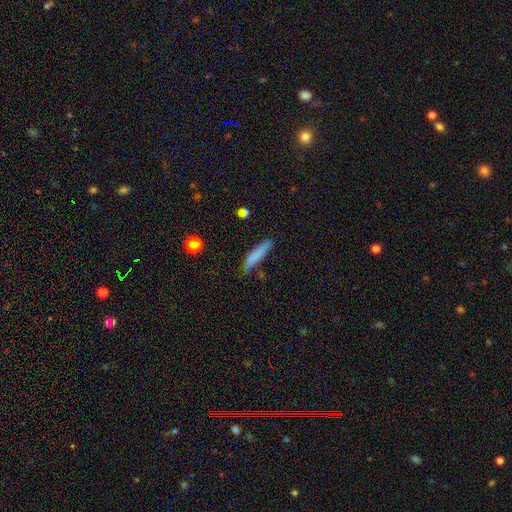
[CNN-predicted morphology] Q: Smooth or featured?
A: smooth (78%); runner-up: featured or disk (15%)
Q: How rounded?
A: cigar-shaped (84%); runner-up: in between (14%)
Q: Merging?
A: none (68%); runner-up: minor disturbance (24%)